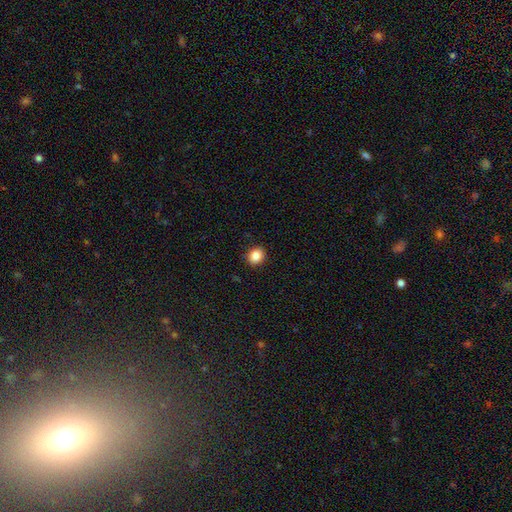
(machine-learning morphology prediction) Overall: smooth (85%). How rounded: round (72%). Merging: none (91%).